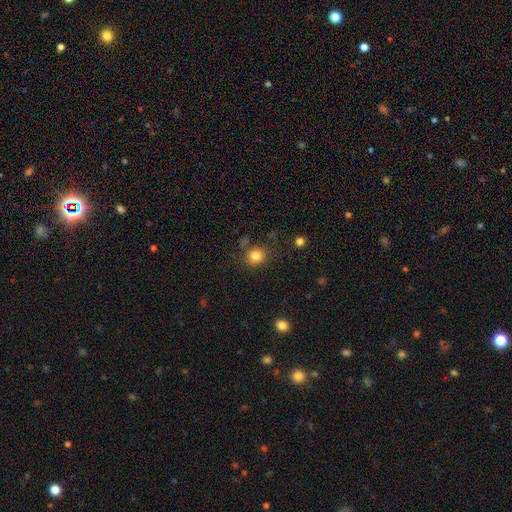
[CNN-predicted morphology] Overall: smooth (82%). How rounded: round (80%). Merging: none (78%).